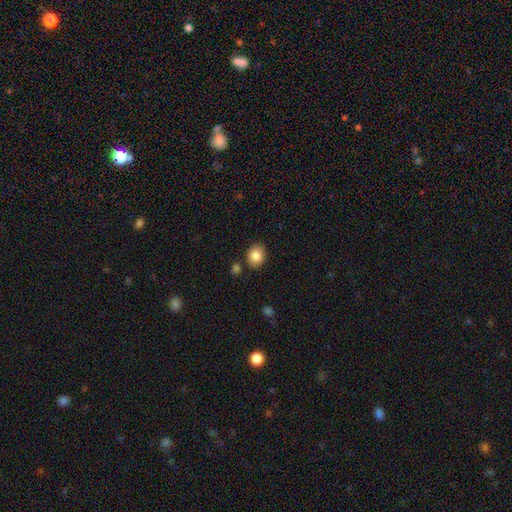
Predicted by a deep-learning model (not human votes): A smooth galaxy with no disk features (85%) that is round (54%). Merging: none (84%).